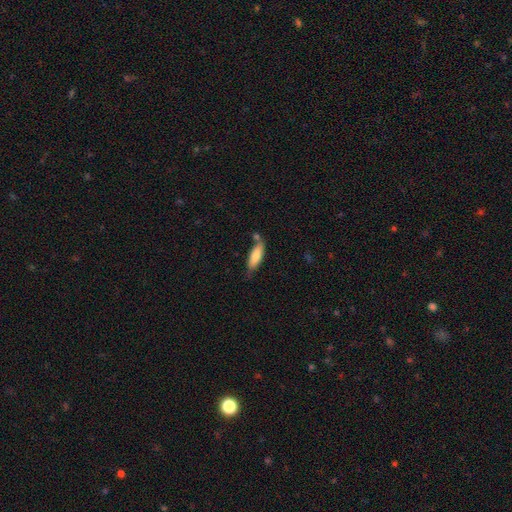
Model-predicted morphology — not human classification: type=smooth (78%); roundness=in between (57%); merging=none (56%).